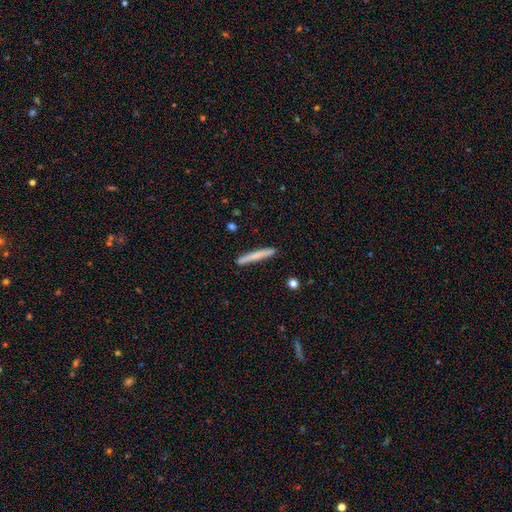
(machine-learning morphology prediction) The model was most divided on "smooth or featured": smooth: 70%, featured or disk: 24%, star or artifact: 6%. More confident: how rounded — cigar-shaped (96%); merging — none (90%).